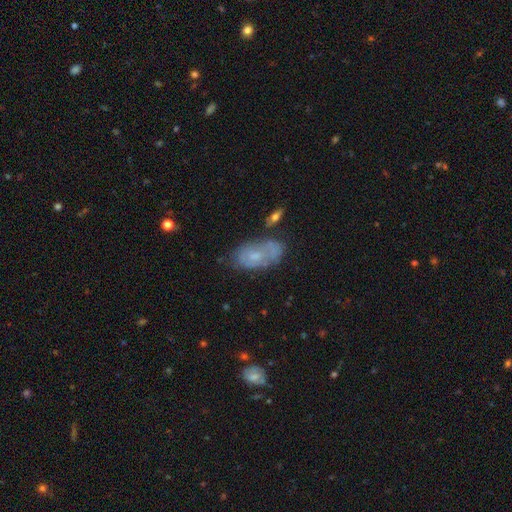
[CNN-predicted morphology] Q: Smooth or featured?
A: featured or disk (47%); runner-up: smooth (43%)
Q: Merging?
A: none (53%); runner-up: minor disturbance (26%)